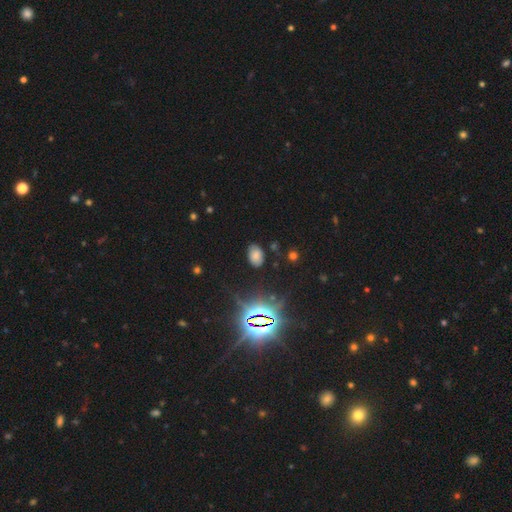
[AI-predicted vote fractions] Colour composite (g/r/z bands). It shows a smooth galaxy with no disk features (67%) that is in between round and cigar-shaped (87%). Merging: none (82%).